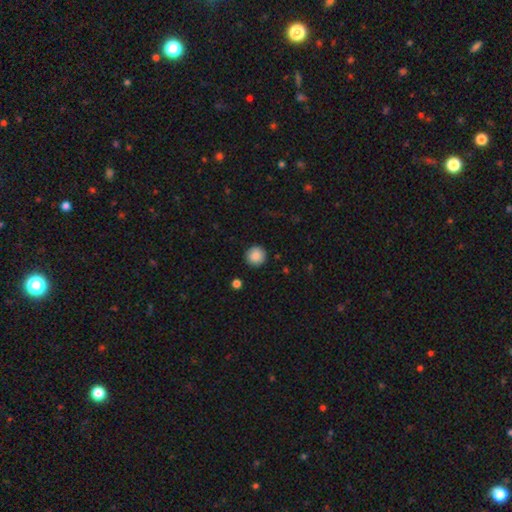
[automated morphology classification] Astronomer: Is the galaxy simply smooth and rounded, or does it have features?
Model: smooth — 88%.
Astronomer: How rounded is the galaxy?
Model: round — 95%.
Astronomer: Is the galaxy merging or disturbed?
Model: none — 91%.